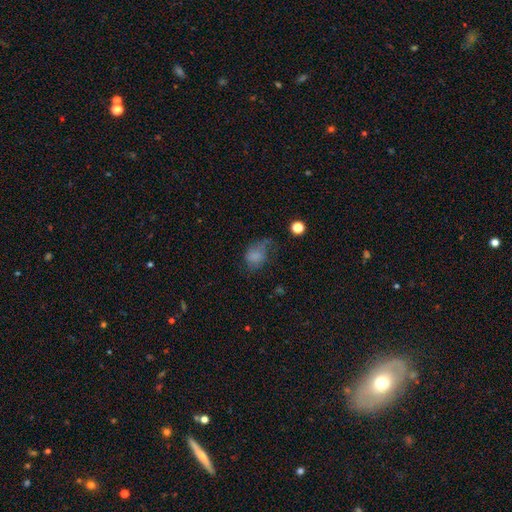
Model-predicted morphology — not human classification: Smooth or featured?
  - smooth: 68% *
  - featured or disk: 19%
  - star or artifact: 13%
How rounded?
  - in between: 68% *
  - round: 30%
  - cigar-shaped: 1%
Merging?
  - major disturbance: 35% *
  - none: 32%
  - minor disturbance: 29%
  - merger: 3%